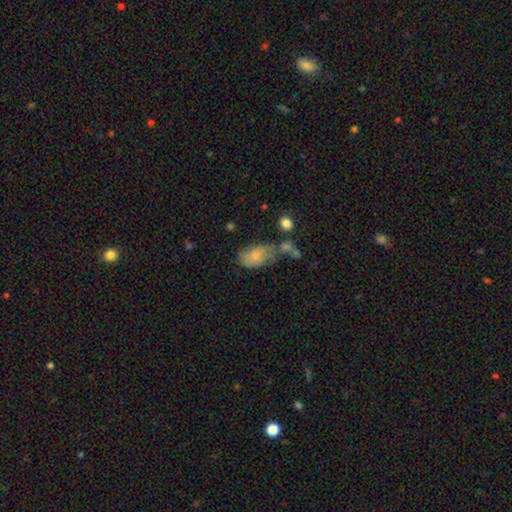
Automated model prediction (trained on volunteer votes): Smooth or featured: smooth — 73% (featured or disk — 19%)
How rounded: in between — 91% (round — 7%)
Merging: none — 39% (minor disturbance — 27%)